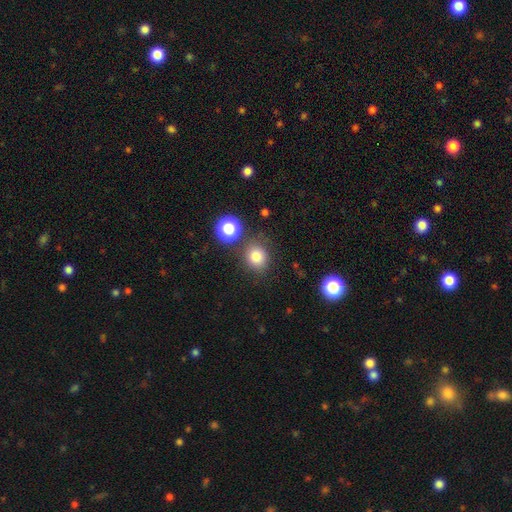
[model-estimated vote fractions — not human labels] smooth_or_featured: smooth (p=0.80) [alt: star or artifact p=0.14]
how_rounded: round (p=0.78) [alt: in between p=0.21]
merging: none (p=0.80) [alt: minor disturbance p=0.10]